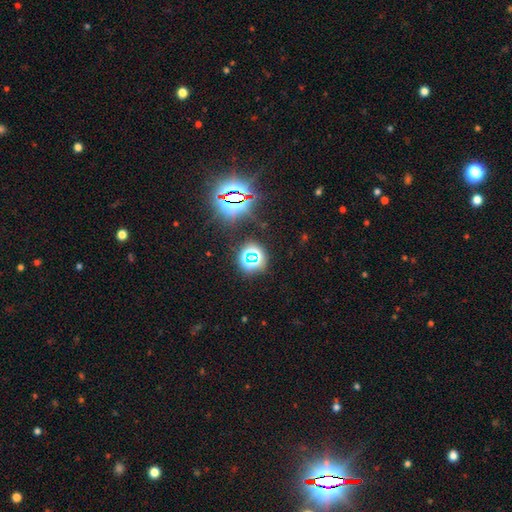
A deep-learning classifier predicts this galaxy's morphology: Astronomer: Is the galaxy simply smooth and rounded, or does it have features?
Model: star or artifact — 69%.